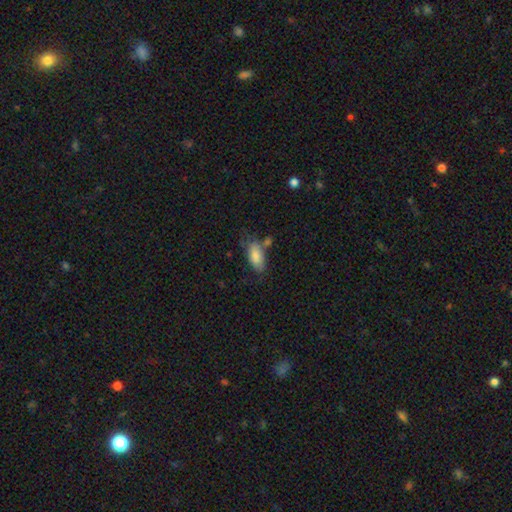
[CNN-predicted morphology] Smooth or featured? Predicted: smooth (p=0.80). How rounded? Predicted: in between (p=0.88). Merging? Predicted: none (p=0.50).